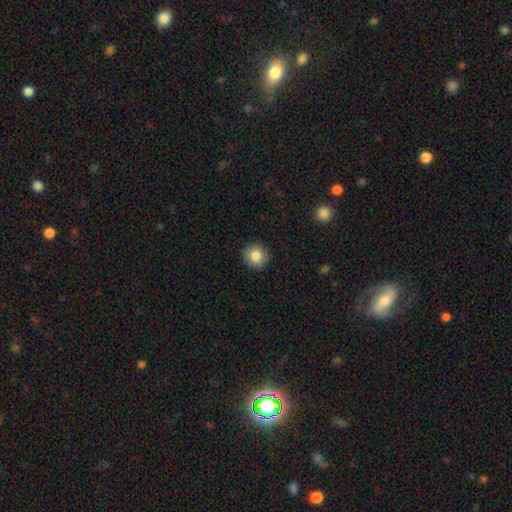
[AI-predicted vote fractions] This appears to be a smooth galaxy with no disk features (85%) that is round (90%). Merging: none (90%).